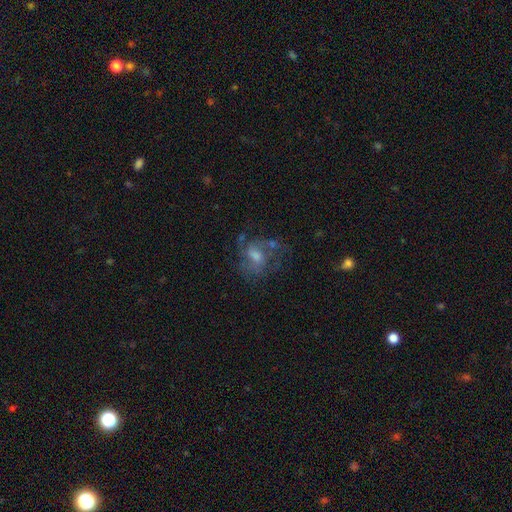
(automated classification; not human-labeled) Smooth or featured?
  - featured or disk: 63% *
  - smooth: 23%
  - star or artifact: 14%
Edge-on disk?
  - no: 97% *
  - yes: 3%
Bar?
  - no: 56% *
  - weak: 38%
  - strong: 6%
Spiral arms?
  - yes: 72% *
  - no: 28%
Bulge size?
  - moderate: 54% *
  - small: 27%
  - large: 9%
  - none: 8%
  - dominant: 1%
Merging?
  - none: 51% *
  - major disturbance: 24%
  - minor disturbance: 19%
  - merger: 5%